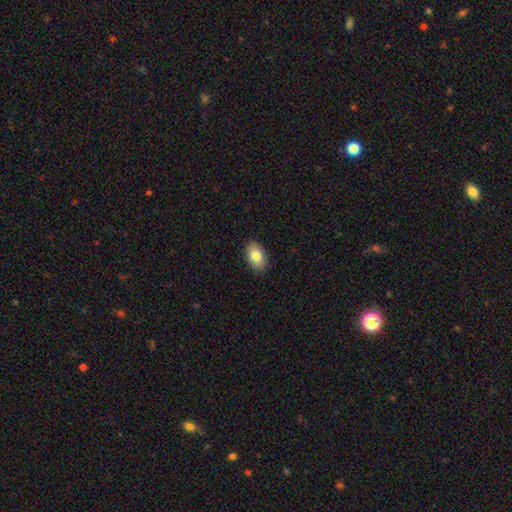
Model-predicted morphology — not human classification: smooth_or_featured: smooth (p=0.81) [alt: featured or disk p=0.11]
how_rounded: in between (p=0.90) [alt: round p=0.09]
merging: none (p=0.88) [alt: minor disturbance p=0.09]